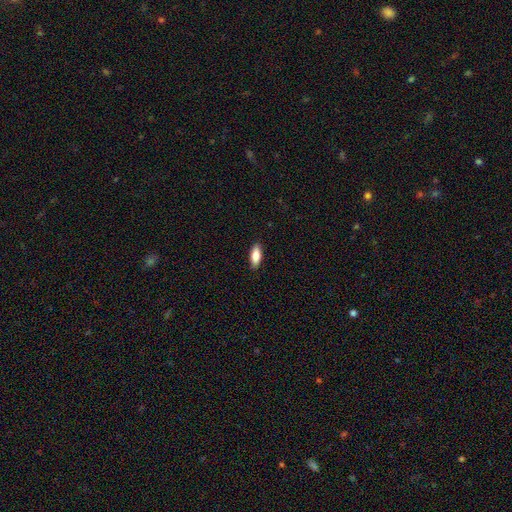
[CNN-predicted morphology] smooth-or-featured: smooth: 85% | featured or disk: 9% | star or artifact: 6%
  how-rounded: in between: 79% | cigar-shaped: 19% | round: 2%
  merging: none: 88% | minor disturbance: 9% | major disturbance: 2% | merger: 1%